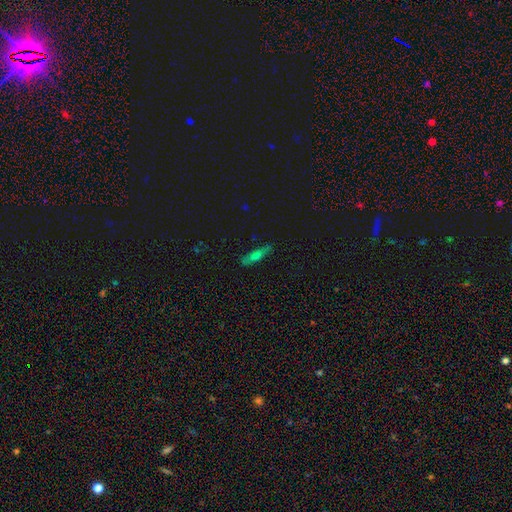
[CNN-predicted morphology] smooth 47%, featured or disk 38%, star or artifact 15%. Down the decision tree: merging — none (80%).